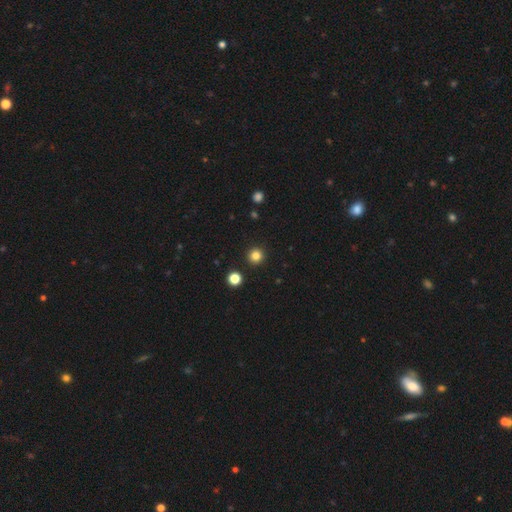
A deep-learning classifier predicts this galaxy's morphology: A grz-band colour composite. It shows a smooth galaxy with no disk features (82%) that is round (95%). Merging: none (92%).